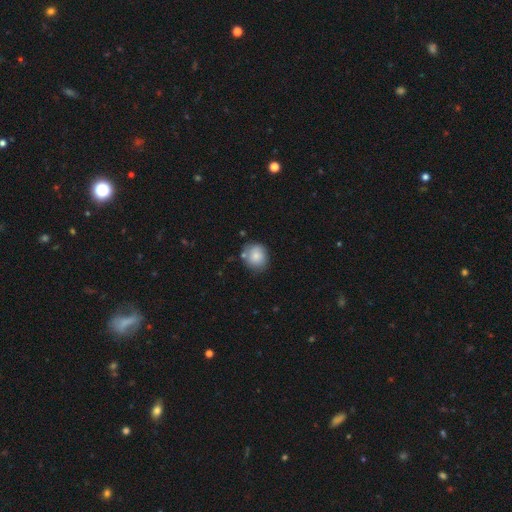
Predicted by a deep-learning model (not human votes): The model was most divided on "merging": none: 71%, minor disturbance: 18%, merger: 7%, major disturbance: 4%. More confident: smooth or featured — smooth (81%); how rounded — round (80%).